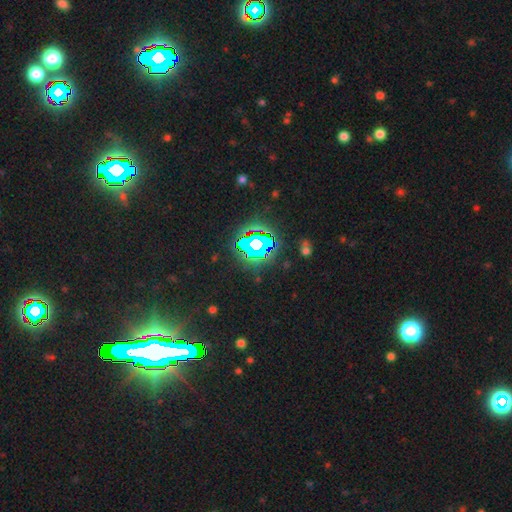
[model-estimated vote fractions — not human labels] Smooth or featured: star or artifact — 81% (smooth — 10%)